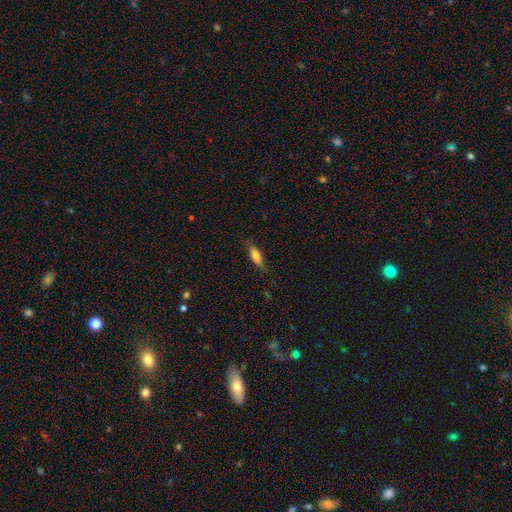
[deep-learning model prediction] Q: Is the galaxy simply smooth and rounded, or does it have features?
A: smooth — 71%.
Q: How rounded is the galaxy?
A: in between — 57%.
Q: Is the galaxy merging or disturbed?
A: none — 80%.